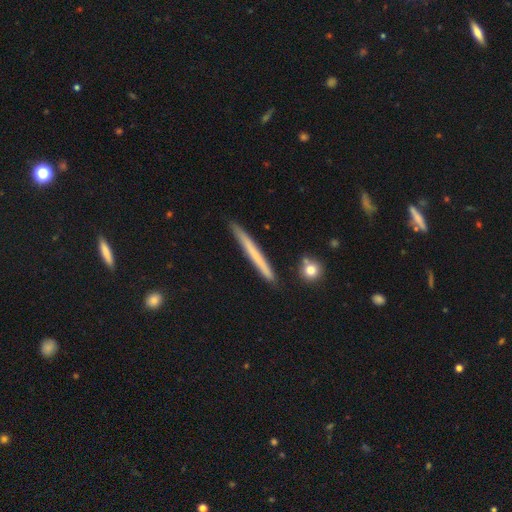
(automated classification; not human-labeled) smooth_or_featured: smooth (p=0.56) [alt: featured or disk p=0.38]
how_rounded: cigar-shaped (p=0.97) [alt: in between p=0.02]
merging: none (p=0.89) [alt: minor disturbance p=0.08]